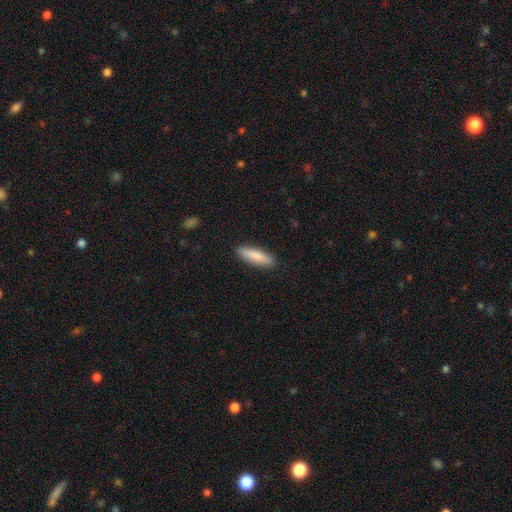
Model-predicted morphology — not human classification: This is clearly a smooth galaxy (85%). How rounded: likely cigar-shaped (64%). Merging: clearly none (91%).